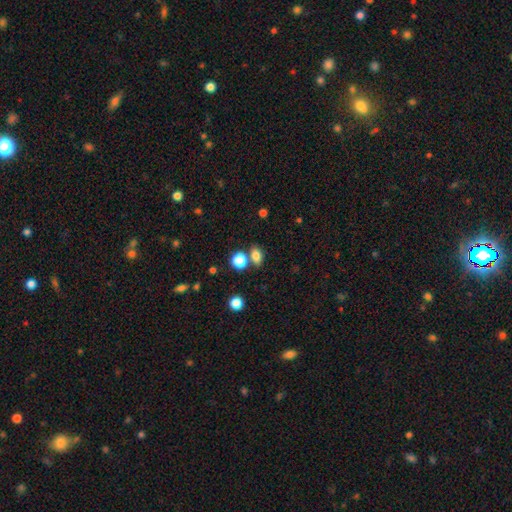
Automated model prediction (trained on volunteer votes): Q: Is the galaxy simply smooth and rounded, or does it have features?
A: smooth — 79%.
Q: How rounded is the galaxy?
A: in between — 68%.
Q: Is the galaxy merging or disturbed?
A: none — 66%.